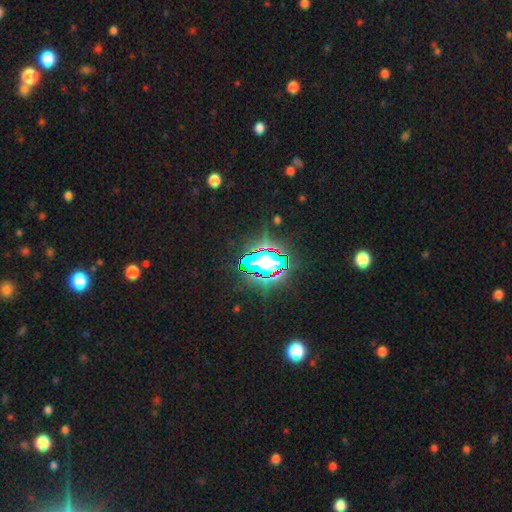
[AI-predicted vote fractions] smooth_or_featured: star or artifact (p=0.73) [alt: smooth p=0.16]